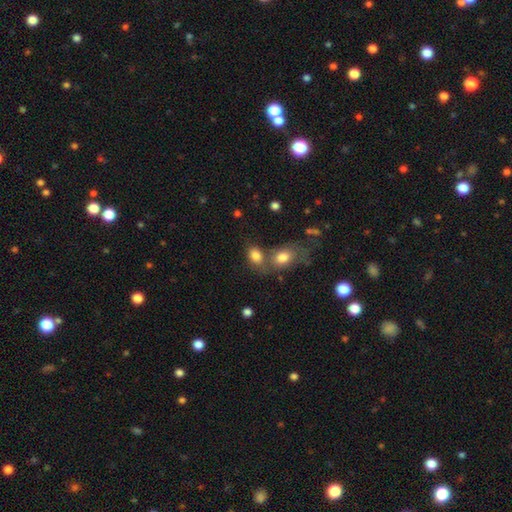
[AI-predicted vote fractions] smooth 83%, star or artifact 9%, featured or disk 9%. Down the decision tree: how rounded — in between (80%); merging — none (43%).